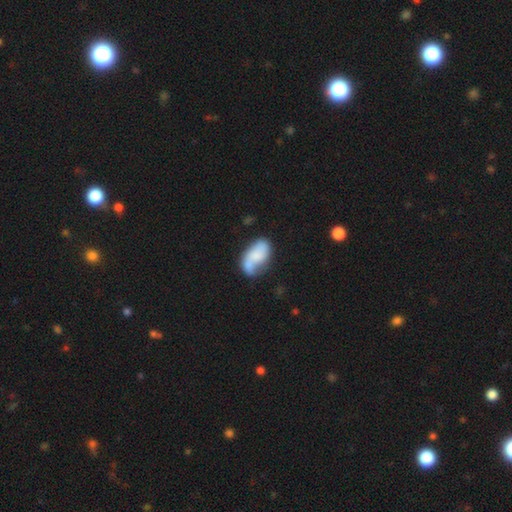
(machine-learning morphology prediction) A smooth galaxy with no disk features (57%) that is in between round and cigar-shaped (92%). Merging: none (39%).